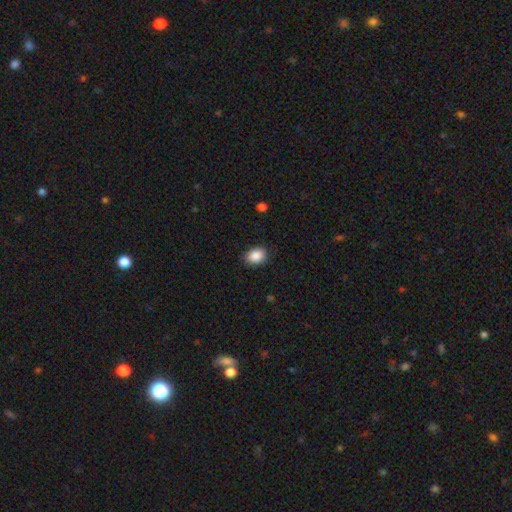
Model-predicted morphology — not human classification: A smooth galaxy with no disk features (88%) that is in between round and cigar-shaped (71%). Merging: none (85%).